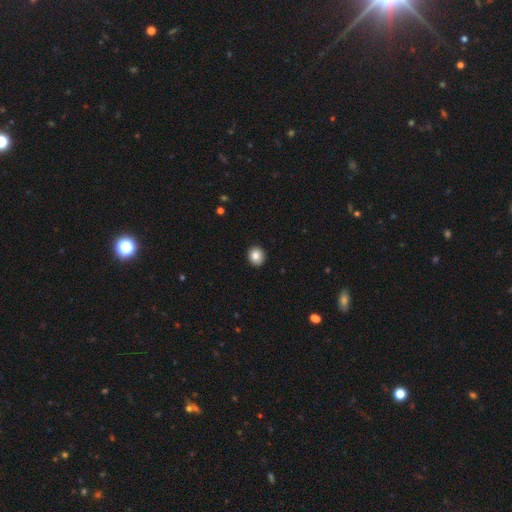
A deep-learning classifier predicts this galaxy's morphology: smooth_or_featured: smooth (p=0.85) [alt: star or artifact p=0.09]
how_rounded: round (p=0.79) [alt: in between p=0.20]
merging: none (p=0.91) [alt: minor disturbance p=0.07]